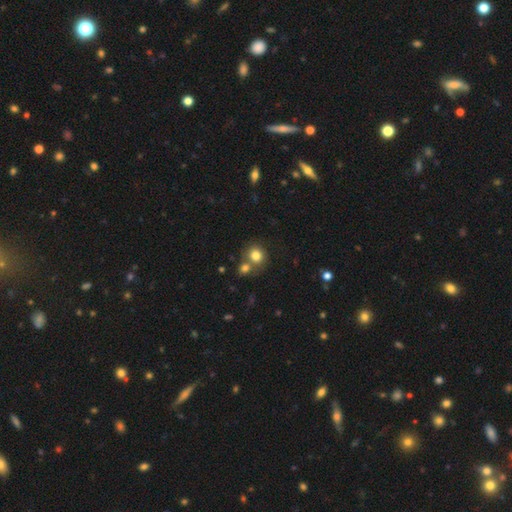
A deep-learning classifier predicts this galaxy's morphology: The model was most divided on "merging": none: 55%, merger: 33%, minor disturbance: 9%, major disturbance: 3%. More confident: how rounded — round (83%); smooth or featured — smooth (81%).